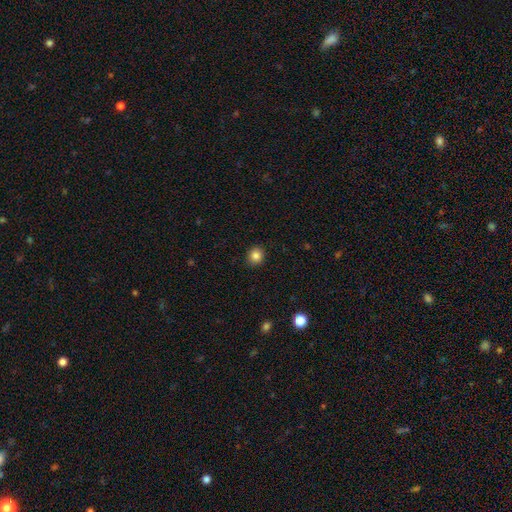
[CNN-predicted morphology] Smooth or featured? Predicted: smooth (p=0.84). How rounded? Predicted: round (p=0.81). Merging? Predicted: none (p=0.90).